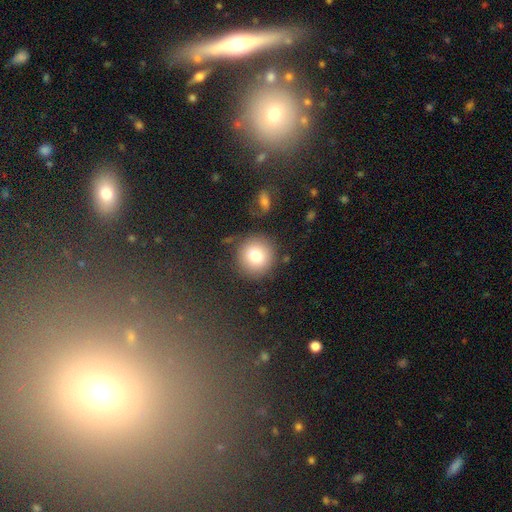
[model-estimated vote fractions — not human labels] Smooth or featured? smooth (79%)
How rounded? round (92%)
Merging? none (83%)